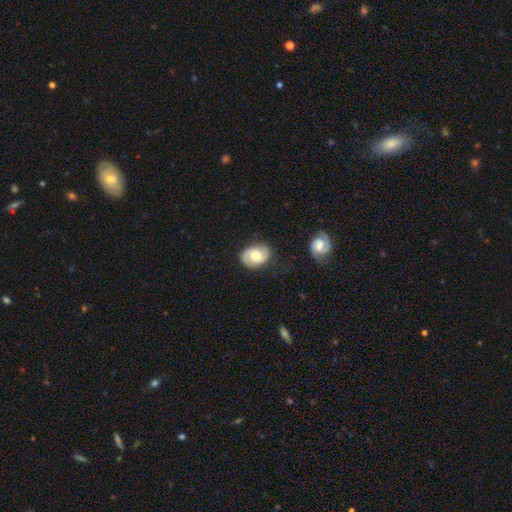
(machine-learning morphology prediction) Smooth or featured: smooth — 52% (featured or disk — 42%)
How rounded: in between — 67% (round — 32%)
Merging: none — 81% (minor disturbance — 14%)